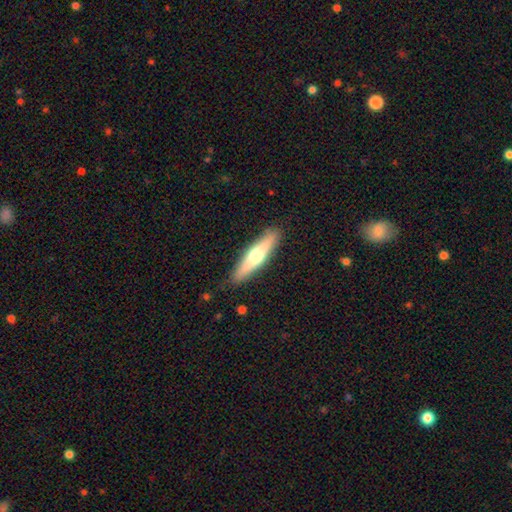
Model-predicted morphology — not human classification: The model was most divided on "smooth or featured": smooth: 52%, featured or disk: 43%, star or artifact: 5%. More confident: merging — none (87%); how rounded — cigar-shaped (81%).